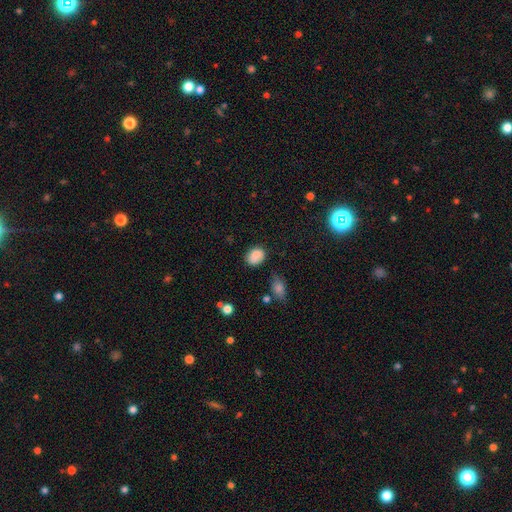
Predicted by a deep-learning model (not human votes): Smooth or featured? Predicted: smooth (p=0.85). How rounded? Predicted: in between (p=0.58). Merging? Predicted: none (p=0.73).